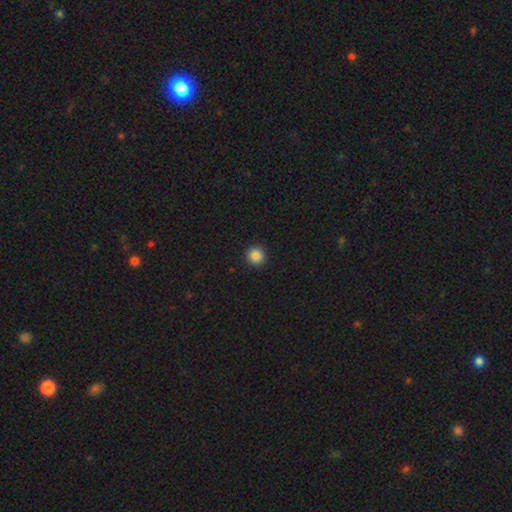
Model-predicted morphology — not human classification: Smooth or featured?
  - smooth: 85% *
  - star or artifact: 11%
  - featured or disk: 4%
How rounded?
  - round: 95% *
  - in between: 4%
  - cigar-shaped: 1%
Merging?
  - none: 93% *
  - minor disturbance: 4%
  - major disturbance: 2%
  - merger: 1%